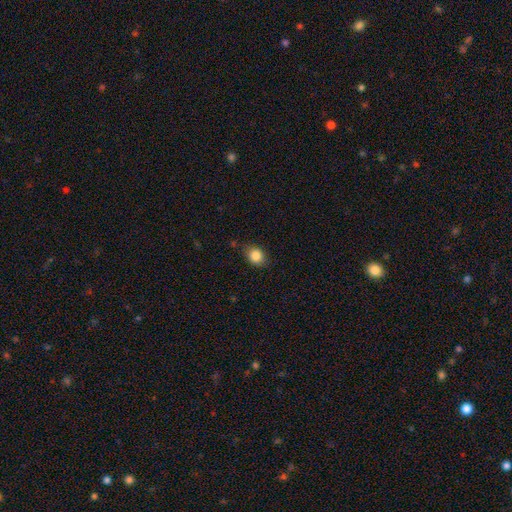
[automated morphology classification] Smooth or featured? Predicted: smooth (p=0.85). How rounded? Predicted: round (p=0.53). Merging? Predicted: none (p=0.79).